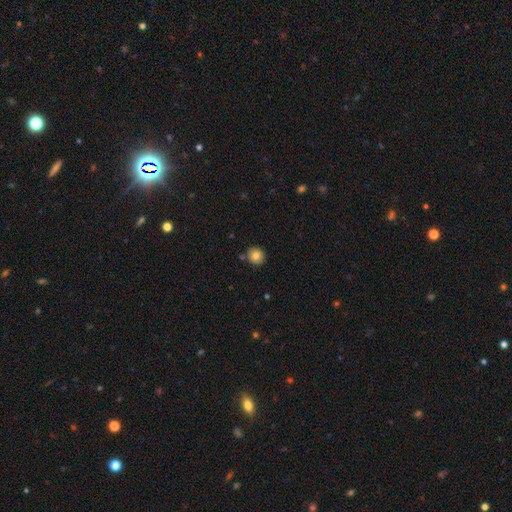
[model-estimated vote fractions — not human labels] smooth-or-featured: smooth: 81% | star or artifact: 10% | featured or disk: 9%
  how-rounded: round: 92% | in between: 7% | cigar-shaped: 1%
  merging: none: 84% | minor disturbance: 9% | merger: 5% | major disturbance: 2%